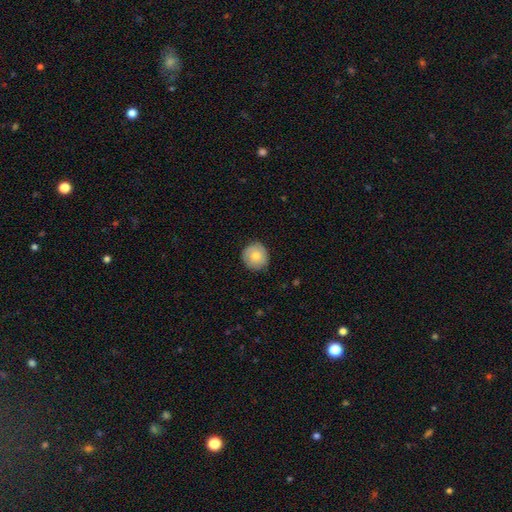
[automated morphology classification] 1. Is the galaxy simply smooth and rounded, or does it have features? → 73% smooth, 20% featured or disk, 7% star or artifact.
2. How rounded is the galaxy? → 92% round, 7% in between, 1% cigar-shaped.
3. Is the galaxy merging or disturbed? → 82% none, 15% minor disturbance, 2% major disturbance, 1% merger.